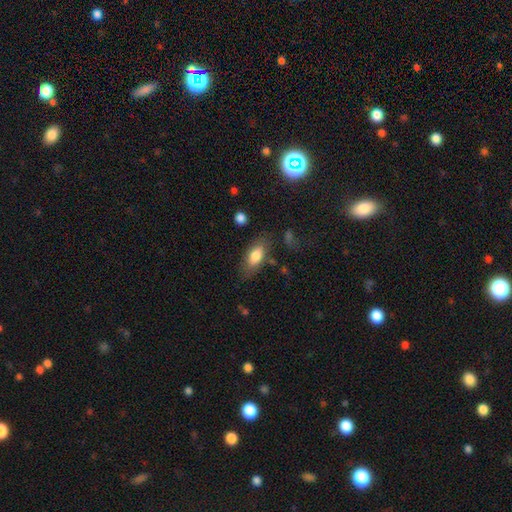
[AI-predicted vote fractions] Smooth or featured? Predicted: smooth (p=0.78). How rounded? Predicted: in between (p=0.85). Merging? Predicted: none (p=0.73).